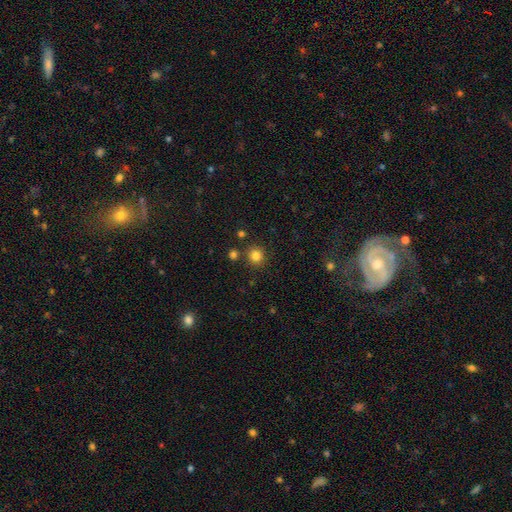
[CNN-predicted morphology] The model was most divided on "smooth or featured": smooth: 82%, star or artifact: 13%, featured or disk: 5%. More confident: how rounded — round (92%); merging — none (85%).